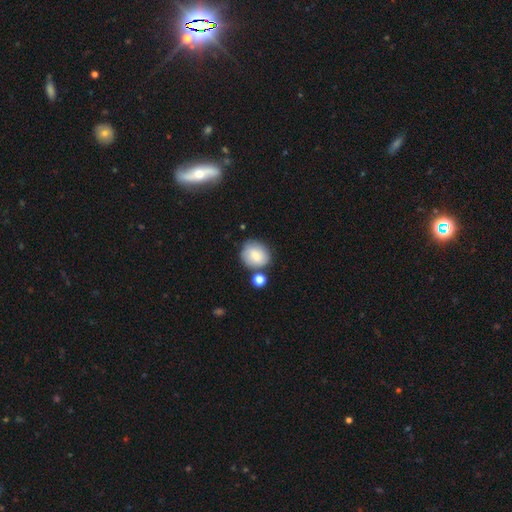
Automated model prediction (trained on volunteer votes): A smooth galaxy with no disk features (77%) that is round (70%). Merging: none (65%).